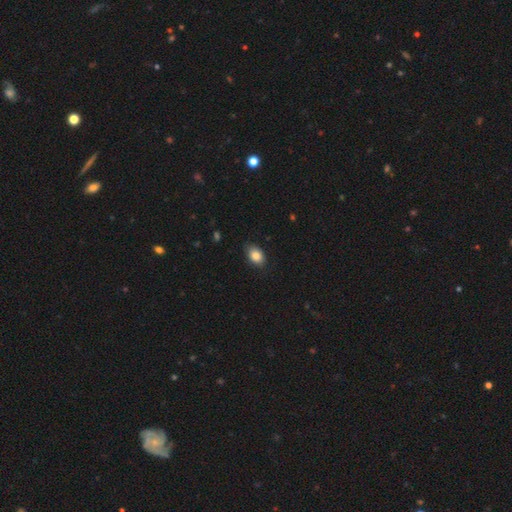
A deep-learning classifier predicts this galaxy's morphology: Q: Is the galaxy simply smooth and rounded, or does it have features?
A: smooth — 86%.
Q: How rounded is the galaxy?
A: in between — 84%.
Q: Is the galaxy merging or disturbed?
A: none — 81%.